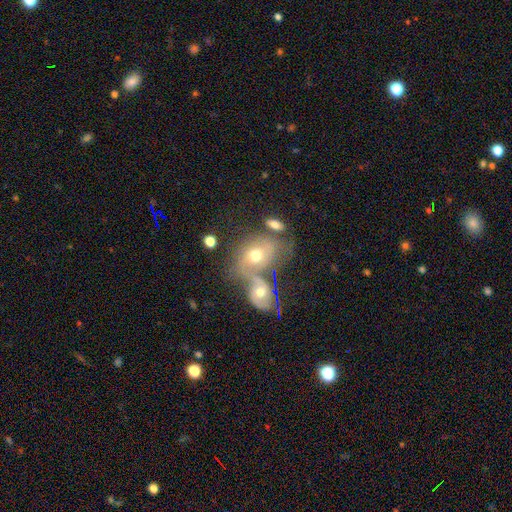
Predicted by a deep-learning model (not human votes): smooth-or-featured: featured or disk: 45% | smooth: 44% | star or artifact: 11%
  merging: merger: 55% | none: 23% | minor disturbance: 12% | major disturbance: 10%